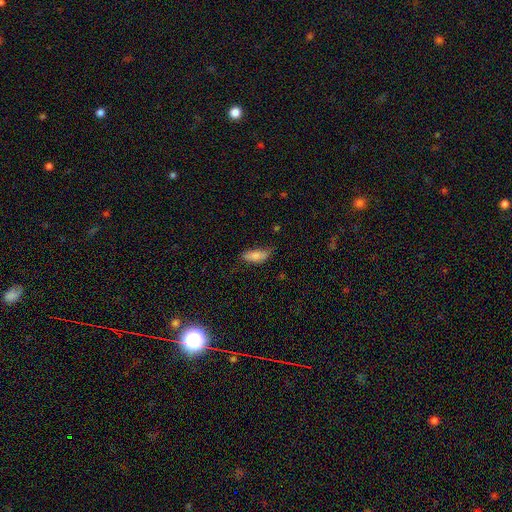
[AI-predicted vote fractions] Smooth or featured? Predicted: smooth (p=0.82). How rounded? Predicted: in between (p=0.76). Merging? Predicted: none (p=0.66).